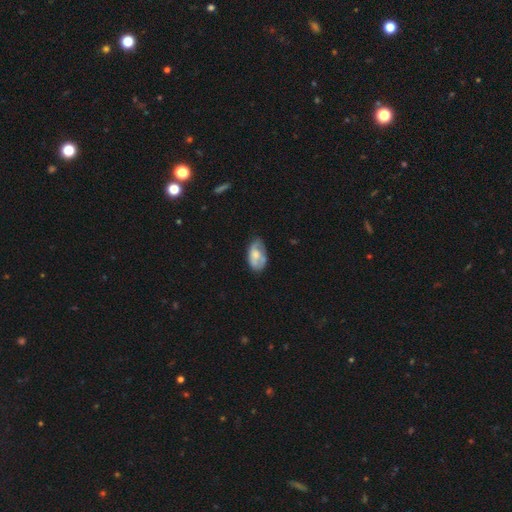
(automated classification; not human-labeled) This appears to be a smooth galaxy with no disk features (53%) that is in between round and cigar-shaped (93%). Merging: none (55%).